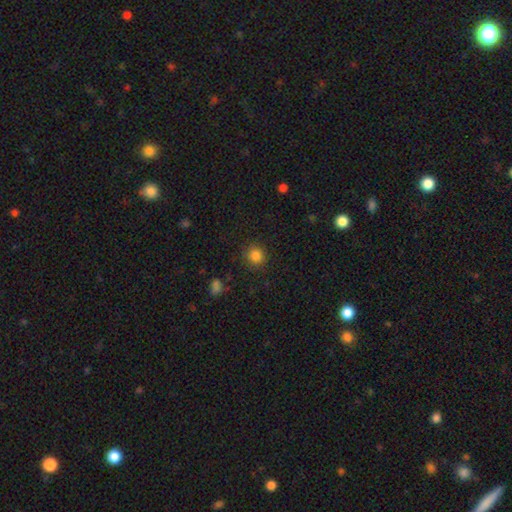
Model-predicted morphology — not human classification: Smooth or featured?
  - smooth: 84% *
  - star or artifact: 12%
  - featured or disk: 4%
How rounded?
  - round: 89% *
  - in between: 10%
  - cigar-shaped: 1%
Merging?
  - none: 88% *
  - minor disturbance: 8%
  - major disturbance: 3%
  - merger: 1%